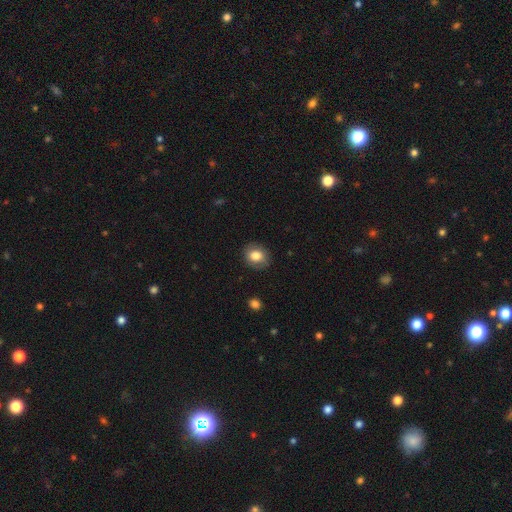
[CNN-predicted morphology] This is likely a smooth galaxy (80%). How rounded: possibly round (55%). Merging: clearly none (85%).